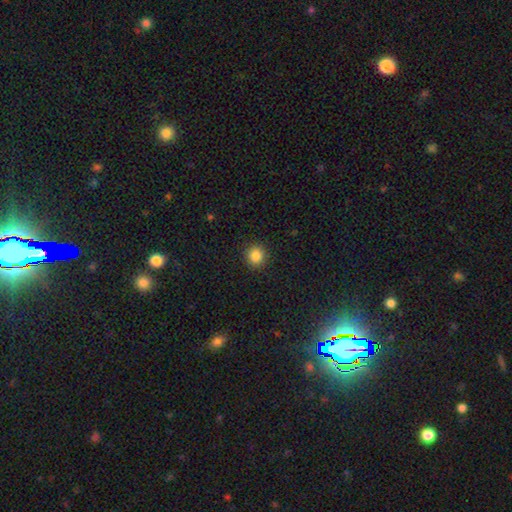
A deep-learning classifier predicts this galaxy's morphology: Smooth or featured?
  - smooth: 86% *
  - star or artifact: 11%
  - featured or disk: 3%
How rounded?
  - round: 90% *
  - in between: 9%
  - cigar-shaped: 1%
Merging?
  - none: 91% *
  - minor disturbance: 6%
  - major disturbance: 2%
  - merger: 1%